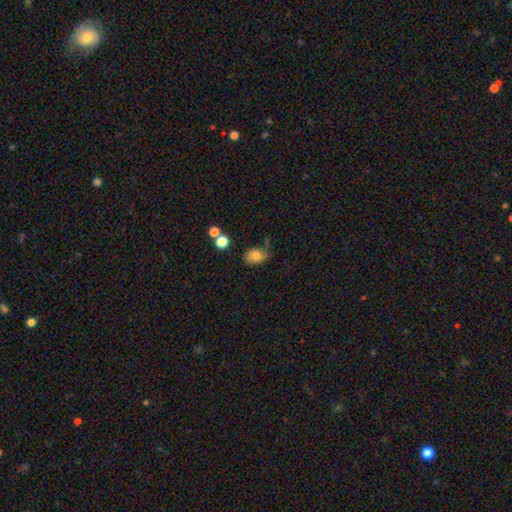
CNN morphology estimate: Smooth or featured? smooth (76%)
How rounded? in between (75%)
Merging? none (61%)